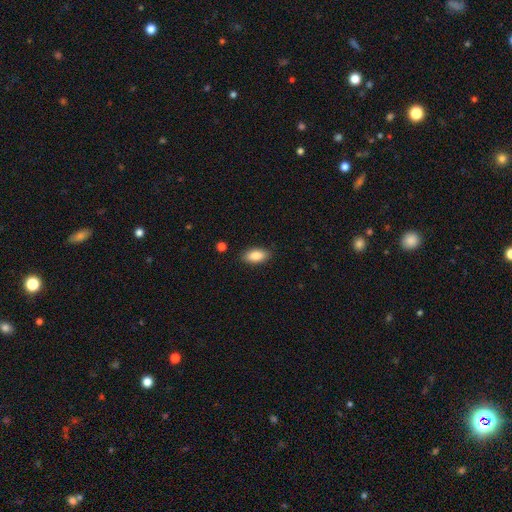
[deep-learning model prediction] Smooth or featured: smooth — 86% (featured or disk — 7%)
How rounded: in between — 90% (cigar-shaped — 6%)
Merging: none — 88% (minor disturbance — 9%)